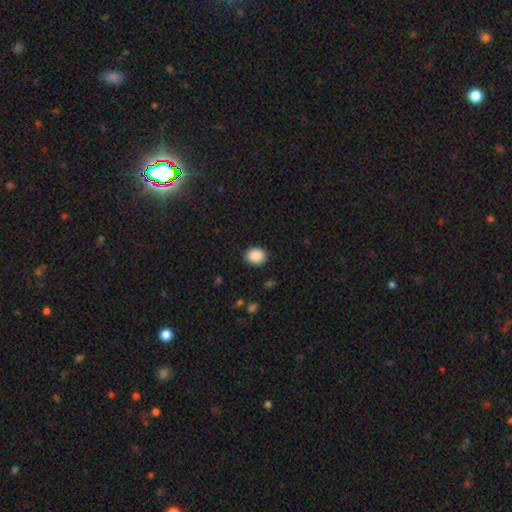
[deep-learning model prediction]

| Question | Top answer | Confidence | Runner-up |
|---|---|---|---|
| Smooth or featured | smooth | 89% | star or artifact (8%) |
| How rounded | round | 57% | in between (42%) |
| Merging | none | 90% | minor disturbance (7%) |